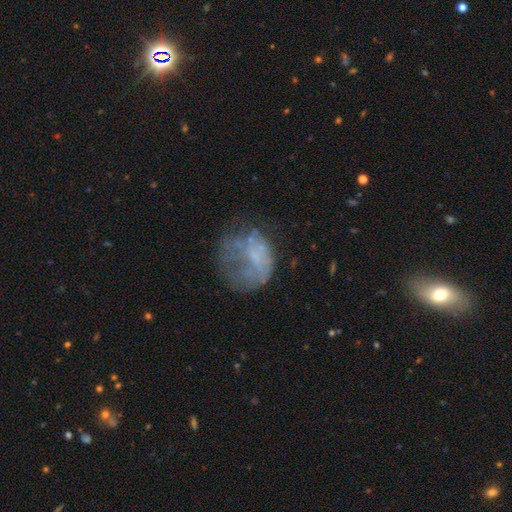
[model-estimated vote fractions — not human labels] Smooth or featured: featured or disk — 45% (smooth — 40%)
Merging: none — 41% (major disturbance — 33%)